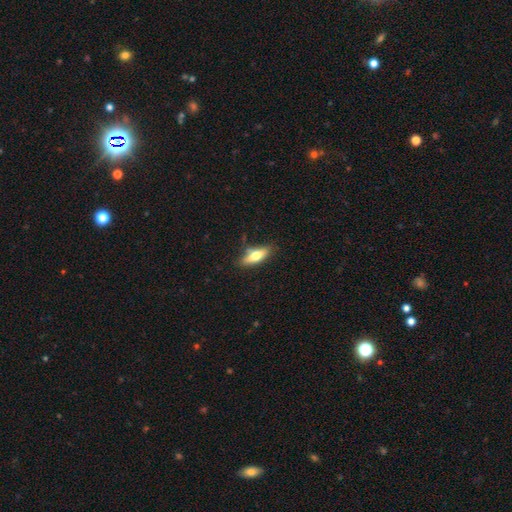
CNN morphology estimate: Smooth or featured? Predicted: smooth (p=0.61). How rounded? Predicted: in between (p=0.60). Merging? Predicted: none (p=0.74).